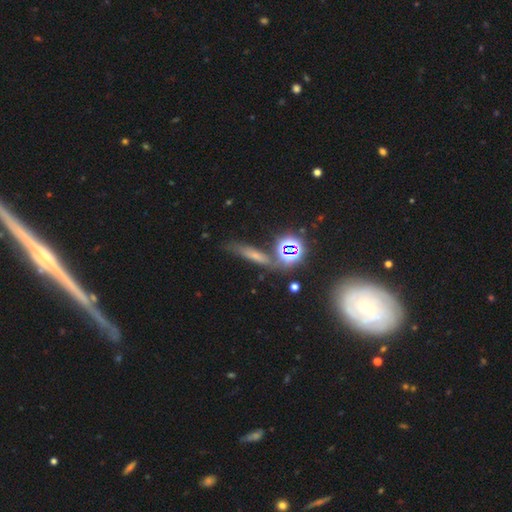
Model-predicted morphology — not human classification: The model was most divided on "smooth or featured": smooth: 50%, star or artifact: 29%, featured or disk: 21%. More confident: how rounded — cigar-shaped (70%); merging — none (68%).